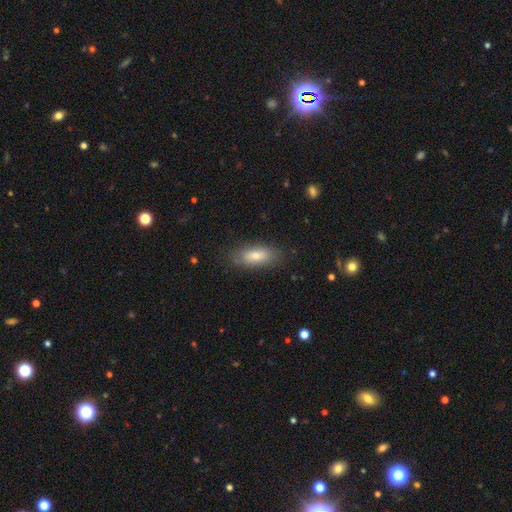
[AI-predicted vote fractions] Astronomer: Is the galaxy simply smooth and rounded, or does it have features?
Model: smooth — 75%.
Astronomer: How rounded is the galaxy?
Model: in between — 74%.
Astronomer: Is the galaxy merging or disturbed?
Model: none — 83%.